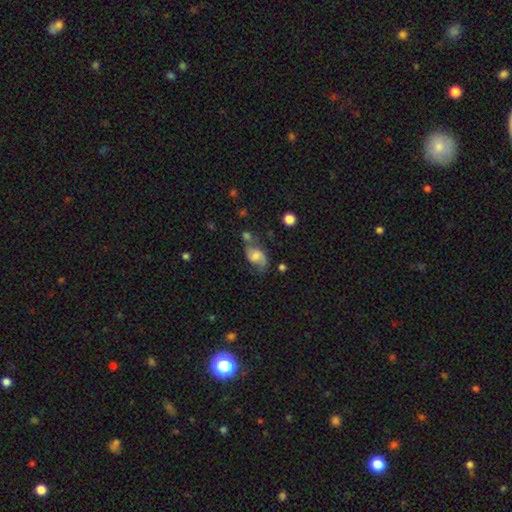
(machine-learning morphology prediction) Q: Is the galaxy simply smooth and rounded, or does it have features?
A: featured or disk — 49%.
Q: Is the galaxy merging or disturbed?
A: none — 45%.